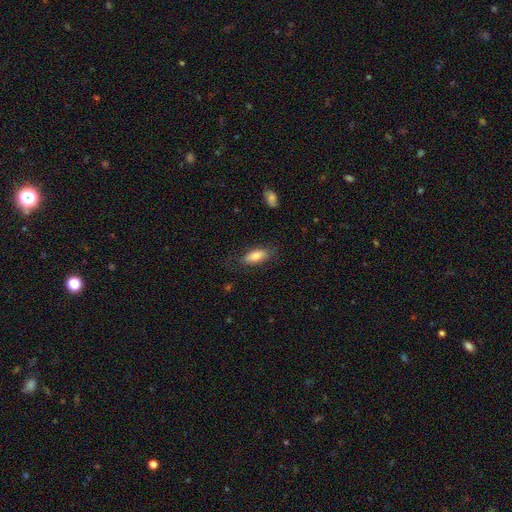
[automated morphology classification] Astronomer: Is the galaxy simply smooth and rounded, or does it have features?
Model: smooth — 80%.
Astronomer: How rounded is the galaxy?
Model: in between — 74%.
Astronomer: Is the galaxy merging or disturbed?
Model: none — 76%.